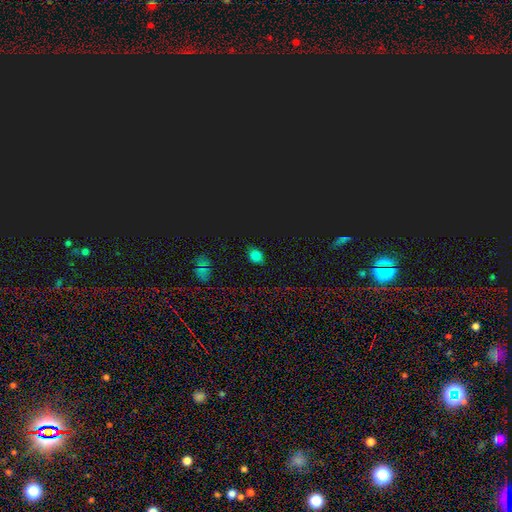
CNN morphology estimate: smooth_or_featured: smooth (p=0.68) [alt: star or artifact p=0.27]
how_rounded: in between (p=0.55) [alt: round p=0.43]
merging: none (p=0.86) [alt: minor disturbance p=0.10]